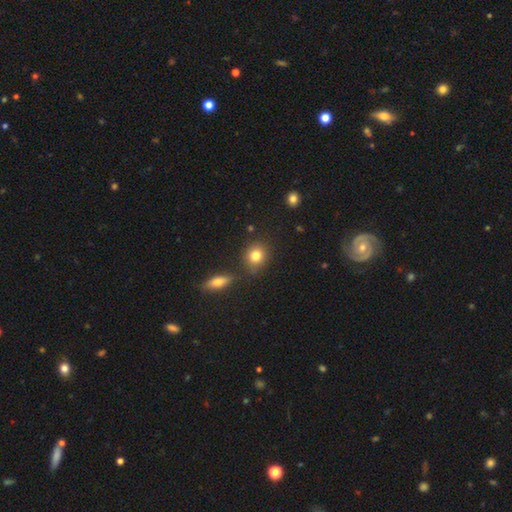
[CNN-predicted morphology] Smooth or featured? Predicted: smooth (p=0.81). How rounded? Predicted: round (p=0.75). Merging? Predicted: none (p=0.77).